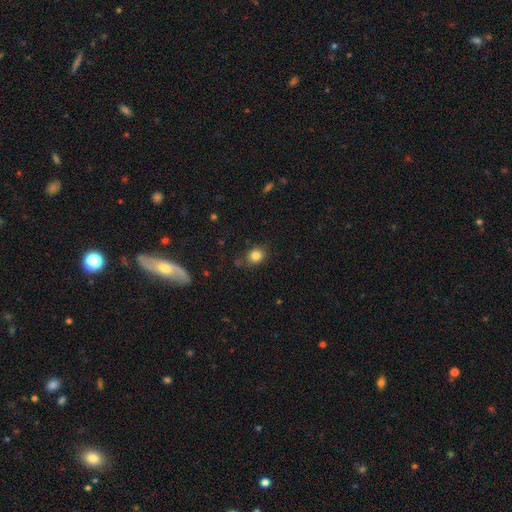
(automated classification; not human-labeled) The model was most divided on "how rounded": round: 64%, in between: 35%, cigar-shaped: 1%. More confident: smooth or featured — smooth (83%); merging — none (78%).